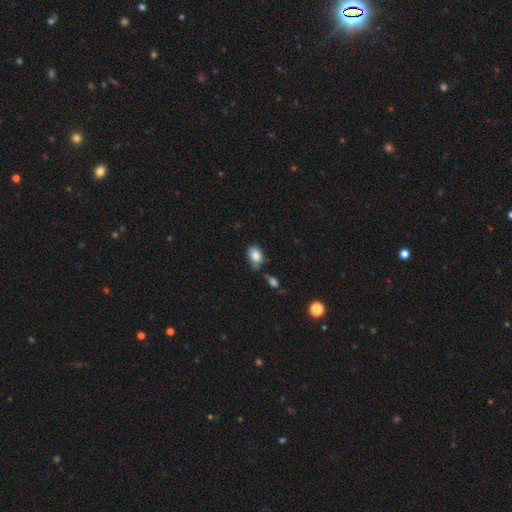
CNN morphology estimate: smooth 83%, featured or disk 9%, star or artifact 8%. Down the decision tree: how rounded — in between (85%); merging — none (52%).